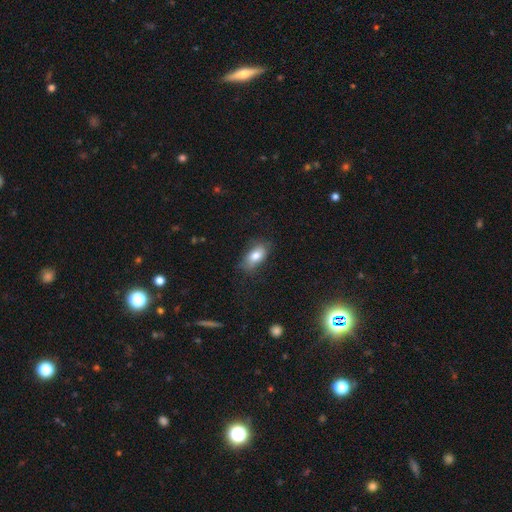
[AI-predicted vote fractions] smooth_or_featured: smooth (p=0.79) [alt: featured or disk p=0.13]
how_rounded: in between (p=0.89) [alt: round p=0.07]
merging: none (p=0.70) [alt: minor disturbance p=0.22]